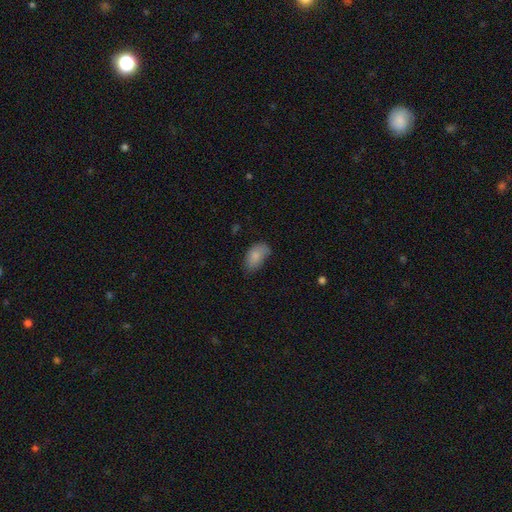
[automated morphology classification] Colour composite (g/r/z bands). It shows a smooth galaxy with no disk features (83%) that is in between round and cigar-shaped (93%). Merging: none (58%).